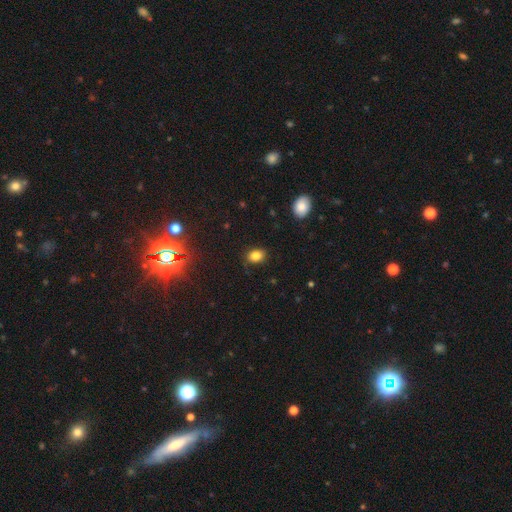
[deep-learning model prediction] A smooth galaxy with no disk features (82%) that is in between round and cigar-shaped (67%).

Vote fractions:
- Smooth or featured? smooth: 82% / star or artifact: 12% / featured or disk: 6%
- How rounded? in between: 67% / round: 32% / cigar-shaped: 1%
- Merging? none: 81% / minor disturbance: 14% / major disturbance: 3% / merger: 1%